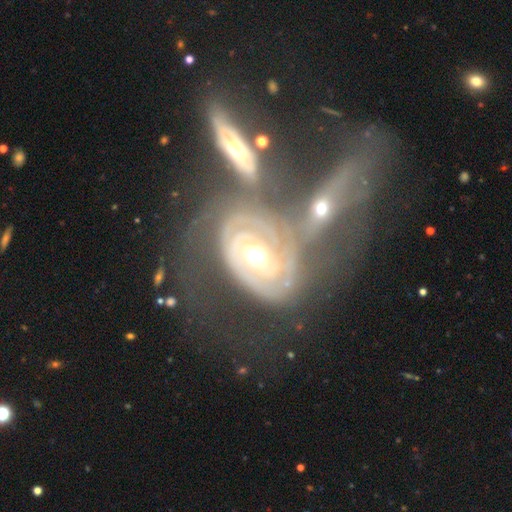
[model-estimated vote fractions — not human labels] smooth-or-featured: featured or disk: 89% | smooth: 7% | star or artifact: 5%
  disk-edge-on: no: 94% | yes: 6%
    bar: no: 62% | weak: 25% | strong: 13%
    has-spiral-arms: yes: 93% | no: 7%
      spiral-winding: tight: 74% | medium: 20% | loose: 6%
      spiral-arm-count: 2: 41% | can't tell: 29% | 3: 15% | 4: 6% | 1: 5% | more than 4: 4%
    bulge-size: moderate: 74% | small: 14% | large: 9% | dominant: 1% | none: 1%
  merging: merger: 50% | none: 23% | major disturbance: 15% | minor disturbance: 12%